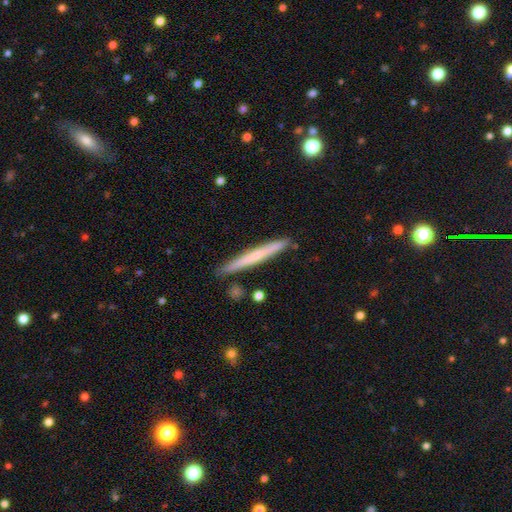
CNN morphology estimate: Q: Smooth or featured?
A: smooth (49%); runner-up: featured or disk (45%)
Q: Merging?
A: none (89%); runner-up: minor disturbance (8%)